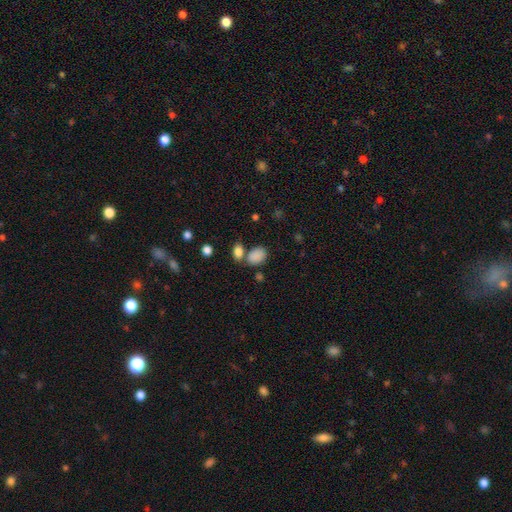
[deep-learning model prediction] Smooth or featured? smooth (86%)
How rounded? in between (81%)
Merging? none (55%)